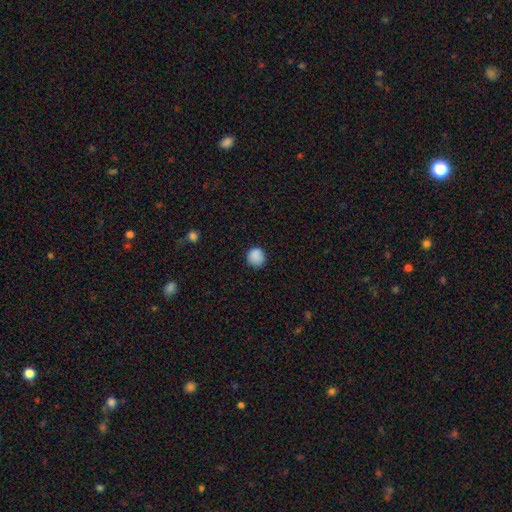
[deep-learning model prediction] Q: Smooth or featured?
A: smooth (88%); runner-up: star or artifact (9%)
Q: How rounded?
A: round (89%); runner-up: in between (10%)
Q: Merging?
A: none (83%); runner-up: minor disturbance (13%)